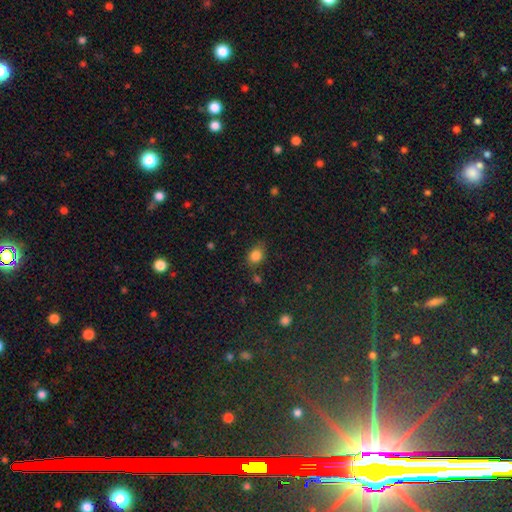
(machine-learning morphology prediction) Q: Smooth or featured?
A: smooth (83%); runner-up: star or artifact (11%)
Q: How rounded?
A: in between (57%); runner-up: round (42%)
Q: Merging?
A: none (73%); runner-up: minor disturbance (18%)